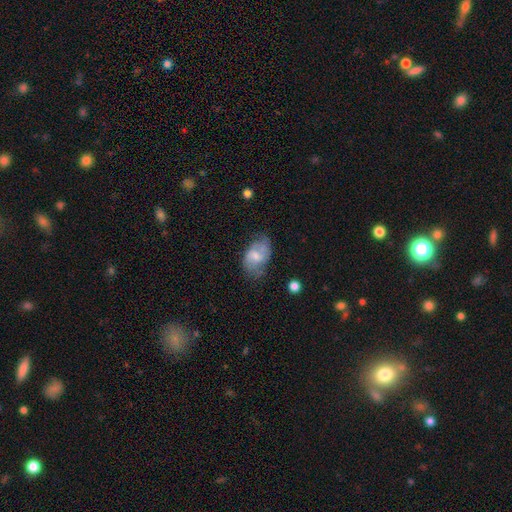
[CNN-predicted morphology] smooth_or_featured: smooth (p=0.51) [alt: featured or disk p=0.42]
how_rounded: in between (p=0.89) [alt: round p=0.10]
merging: none (p=0.53) [alt: minor disturbance p=0.31]